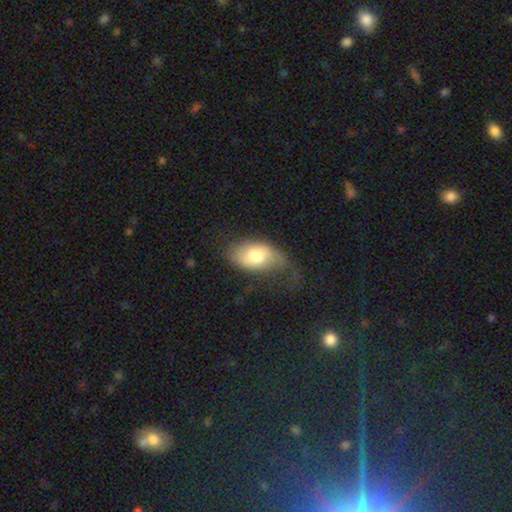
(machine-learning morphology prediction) A smooth galaxy with no disk features (63%) that is in between round and cigar-shaped (92%).

Vote fractions:
- Smooth or featured? smooth: 63% / featured or disk: 30% / star or artifact: 6%
- How rounded? in between: 92% / round: 7% / cigar-shaped: 2%
- Merging? none: 43% / minor disturbance: 30% / major disturbance: 26% / merger: 2%